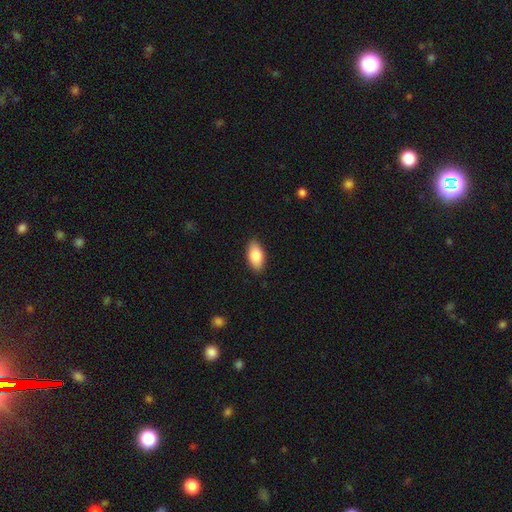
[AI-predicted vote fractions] A smooth galaxy with no disk features (85%) that is in between round and cigar-shaped (93%). Merging: none (88%).